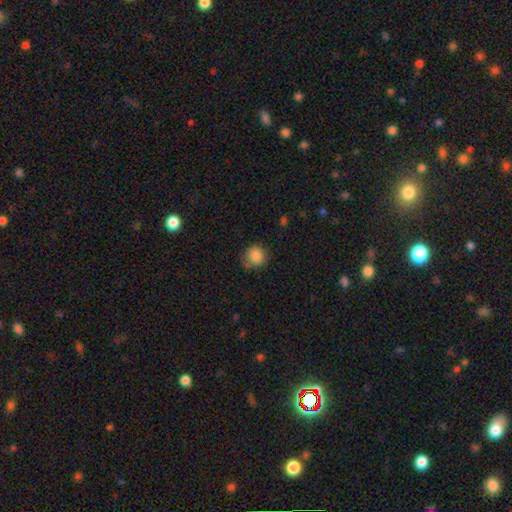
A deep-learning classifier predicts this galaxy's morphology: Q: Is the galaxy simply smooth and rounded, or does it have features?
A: smooth — 84%.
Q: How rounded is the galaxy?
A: round — 85%.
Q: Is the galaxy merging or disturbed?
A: none — 66%.